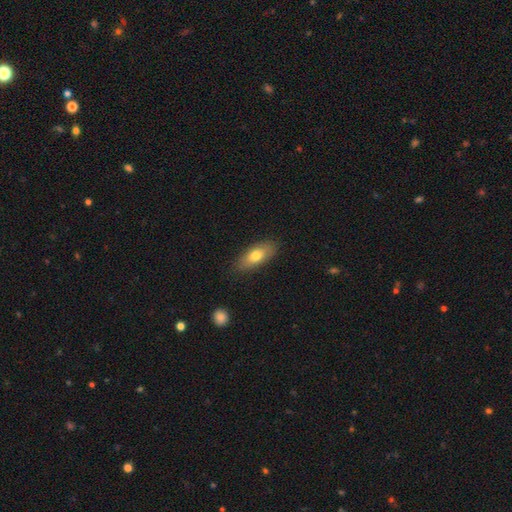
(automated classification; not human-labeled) smooth 72%, featured or disk 21%, star or artifact 7%. Down the decision tree: how rounded — in between (77%); merging — none (84%).